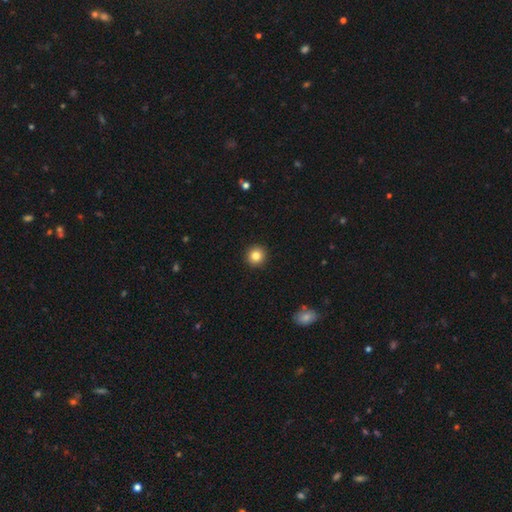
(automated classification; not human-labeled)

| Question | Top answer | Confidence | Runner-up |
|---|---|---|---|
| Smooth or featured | smooth | 83% | star or artifact (11%) |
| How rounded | round | 95% | in between (4%) |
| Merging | none | 94% | minor disturbance (4%) |